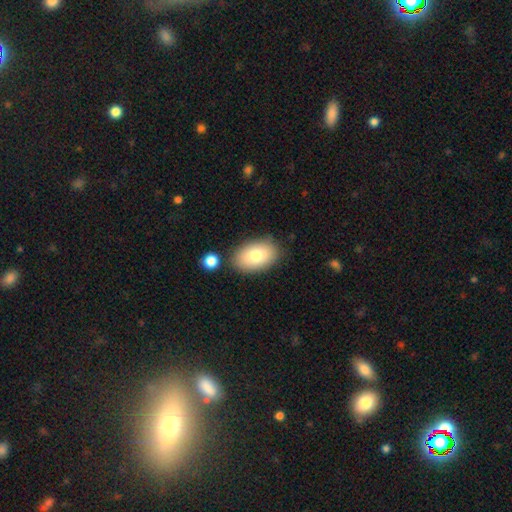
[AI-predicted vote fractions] smooth_or_featured: smooth (p=0.79) [alt: featured or disk p=0.14]
how_rounded: in between (p=0.91) [alt: round p=0.08]
merging: none (p=0.81) [alt: minor disturbance p=0.11]